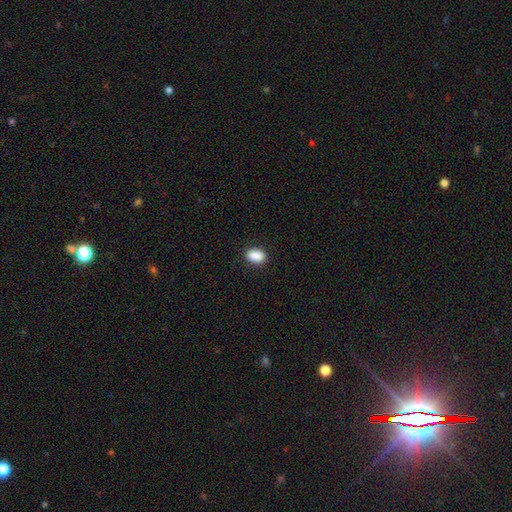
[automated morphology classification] smooth_or_featured: smooth (p=0.90) [alt: star or artifact p=0.08]
how_rounded: in between (p=0.87) [alt: round p=0.11]
merging: none (p=0.89) [alt: minor disturbance p=0.08]